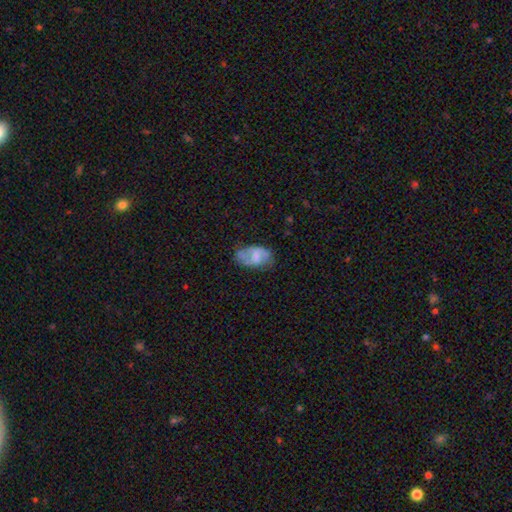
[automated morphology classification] featured or disk 47%, smooth 45%, star or artifact 8%. Down the decision tree: merging — none (55%).